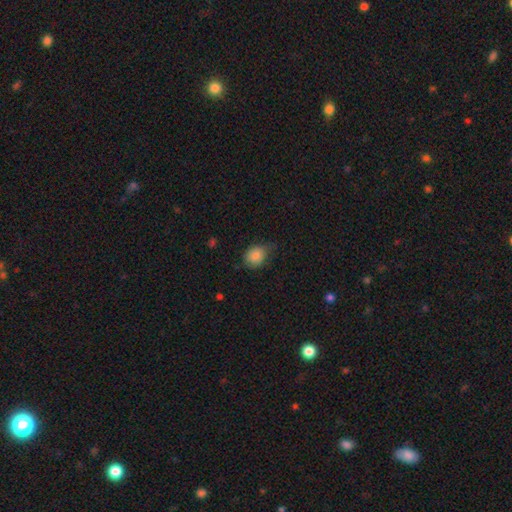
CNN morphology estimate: A smooth galaxy with no disk features (85%) that is round (51%). Merging: none (52%).